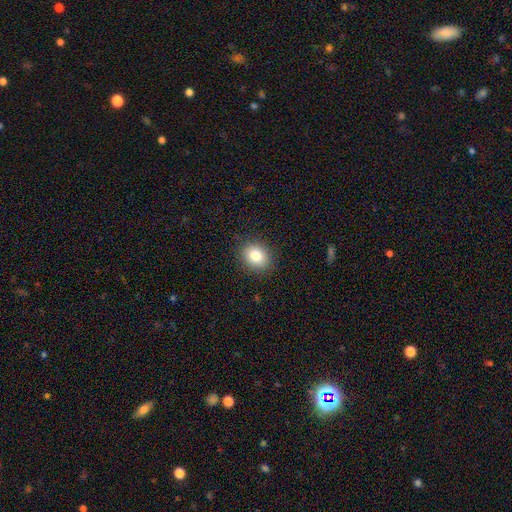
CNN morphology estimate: A smooth galaxy with no disk features (82%) that is round (59%).

Vote fractions:
- Smooth or featured? smooth: 82% / star or artifact: 10% / featured or disk: 8%
- How rounded? round: 59% / in between: 40% / cigar-shaped: 1%
- Merging? none: 89% / minor disturbance: 8% / major disturbance: 2% / merger: 1%